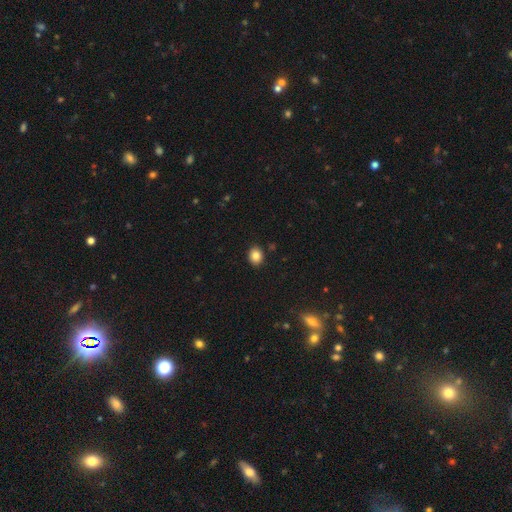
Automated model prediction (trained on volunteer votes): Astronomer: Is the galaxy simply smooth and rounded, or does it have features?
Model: smooth — 85%.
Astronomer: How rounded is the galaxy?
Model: round — 51% (runner-up: in between, 48%).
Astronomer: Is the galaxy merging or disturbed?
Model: none — 89%.